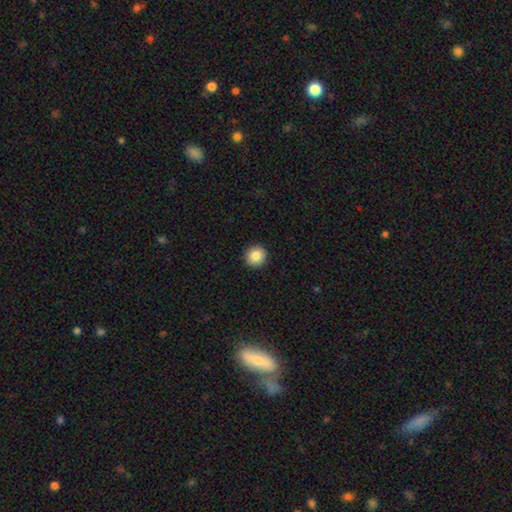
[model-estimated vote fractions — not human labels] Morphology: type=smooth (85%); roundness=round (94%); merging=none (93%).